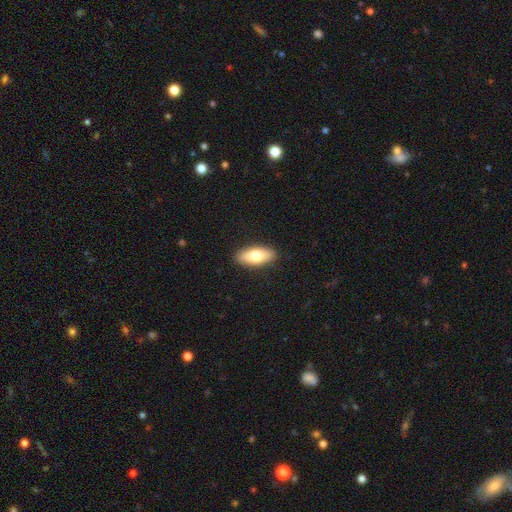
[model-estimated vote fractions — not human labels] Smooth or featured? Predicted: smooth (p=0.74). How rounded? Predicted: in between (p=0.80). Merging? Predicted: none (p=0.90).